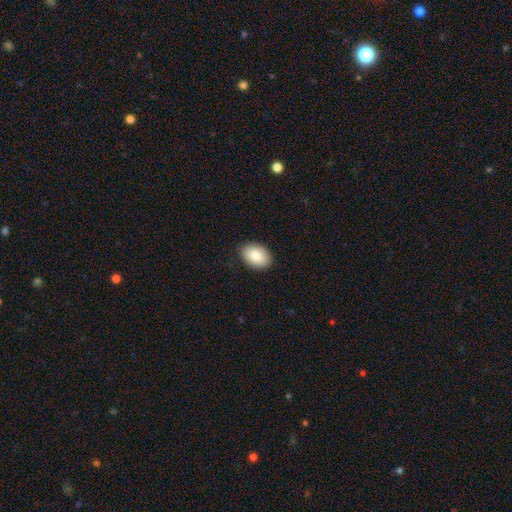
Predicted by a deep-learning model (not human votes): A smooth galaxy with no disk features (83%) that is in between round and cigar-shaped (84%). Merging: none (88%).